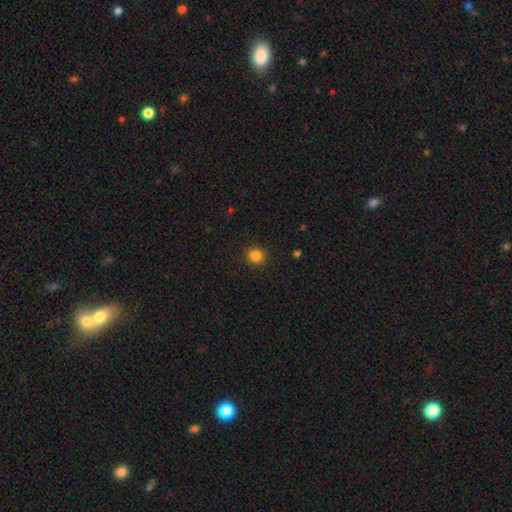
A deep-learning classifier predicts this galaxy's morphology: smooth 85%, star or artifact 12%, featured or disk 4%. Down the decision tree: how rounded — round (88%); merging — none (91%).